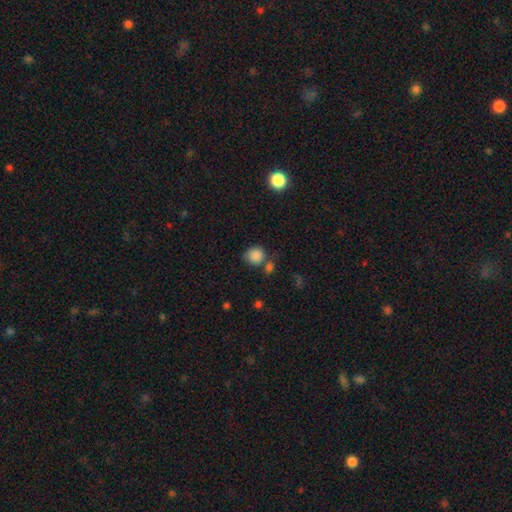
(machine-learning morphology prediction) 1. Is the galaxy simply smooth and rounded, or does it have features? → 85% smooth, 10% star or artifact, 5% featured or disk.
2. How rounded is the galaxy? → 85% round, 14% in between, 1% cigar-shaped.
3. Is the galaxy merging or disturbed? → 64% none, 18% merger, 14% minor disturbance, 5% major disturbance.